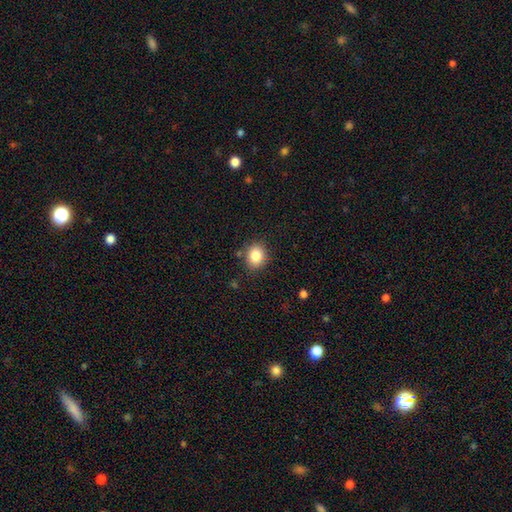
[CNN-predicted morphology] Smooth or featured?
  - smooth: 84% *
  - star or artifact: 10%
  - featured or disk: 6%
How rounded?
  - round: 64% *
  - in between: 35%
  - cigar-shaped: 1%
Merging?
  - none: 84% *
  - minor disturbance: 11%
  - major disturbance: 3%
  - merger: 2%